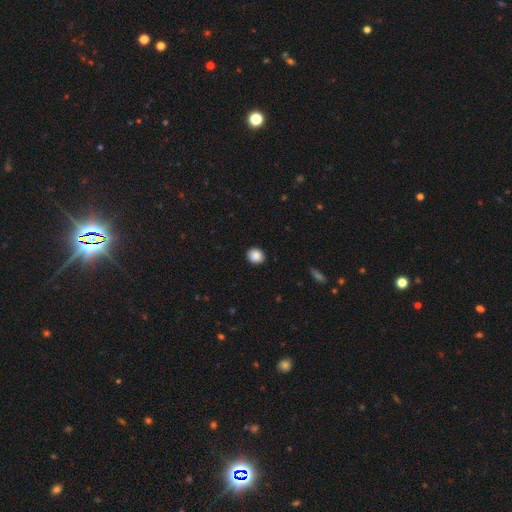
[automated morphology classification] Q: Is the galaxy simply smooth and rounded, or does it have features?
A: smooth — 89%.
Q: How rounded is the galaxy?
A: round — 81%.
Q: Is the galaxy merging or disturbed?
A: none — 91%.